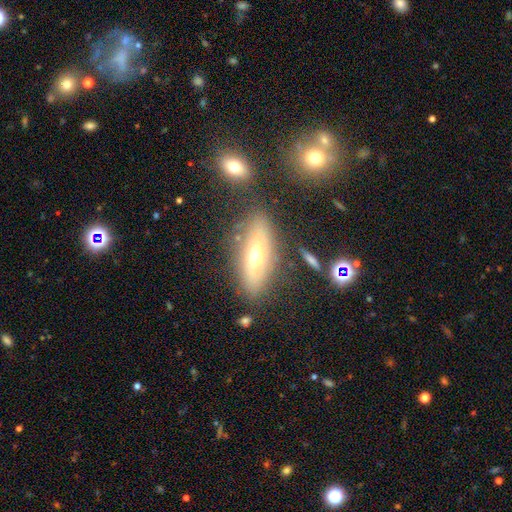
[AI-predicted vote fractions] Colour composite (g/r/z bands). It shows a featured or disk galaxy (44%, tied with smooth). Merging: none (77%).